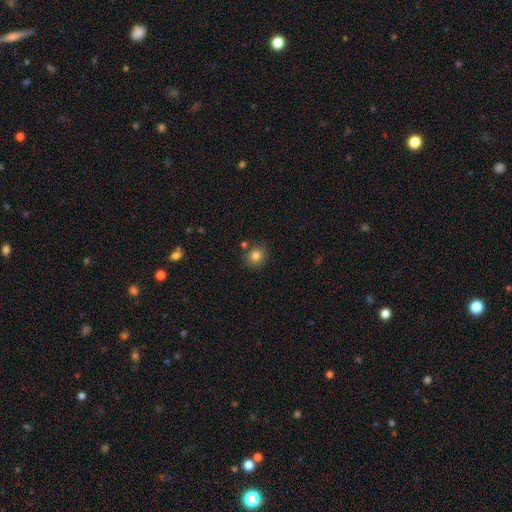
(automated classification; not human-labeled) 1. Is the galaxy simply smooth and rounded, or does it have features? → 81% smooth, 12% star or artifact, 7% featured or disk.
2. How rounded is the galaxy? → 83% round, 16% in between, 1% cigar-shaped.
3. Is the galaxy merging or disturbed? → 81% none, 10% minor disturbance, 7% merger, 3% major disturbance.